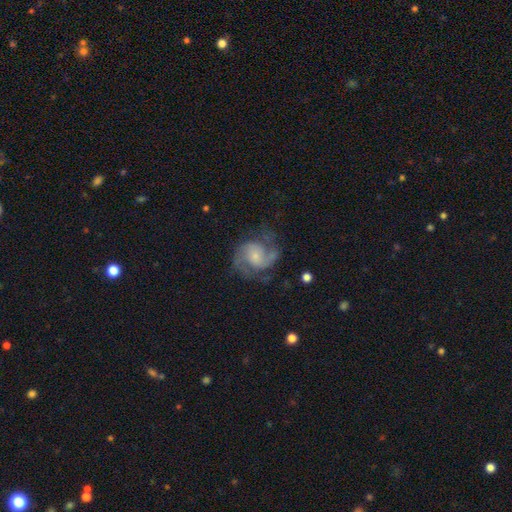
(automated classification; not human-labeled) Smooth or featured?
  - featured or disk: 85% *
  - smooth: 9%
  - star or artifact: 6%
Edge-on disk?
  - no: 98% *
  - yes: 2%
Bar?
  - no: 62% *
  - weak: 31%
  - strong: 6%
Spiral arms?
  - yes: 96% *
  - no: 4%
Spiral winding?
  - medium: 55% *
  - tight: 23%
  - loose: 23%
Spiral arm count?
  - 2: 81% *
  - 3: 8%
  - can't tell: 5%
  - 1: 2%
  - 4: 2%
  - more than 4: 2%
Bulge size?
  - small: 62% *
  - moderate: 24%
  - none: 8%
  - large: 4%
  - dominant: 1%
Merging?
  - none: 65% *
  - minor disturbance: 19%
  - major disturbance: 15%
  - merger: 2%